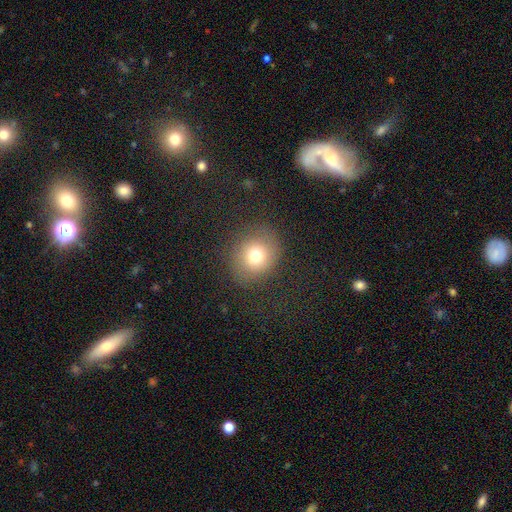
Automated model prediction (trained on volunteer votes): The model was most divided on "how rounded": round: 76%, in between: 24%, cigar-shaped: 1%. More confident: merging — none (80%); smooth or featured — smooth (73%).